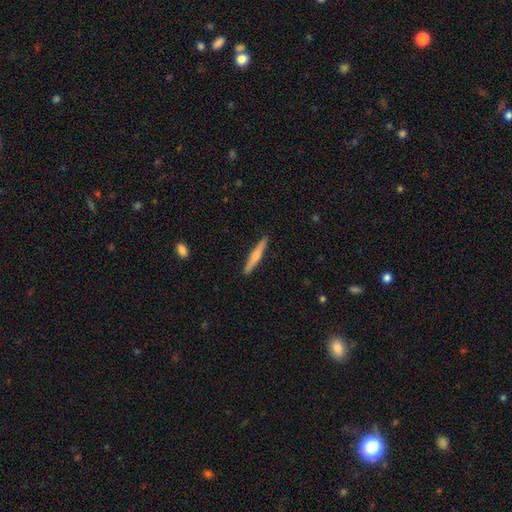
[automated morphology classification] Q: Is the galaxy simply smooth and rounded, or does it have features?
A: featured or disk — 48%.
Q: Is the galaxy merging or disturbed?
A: none — 91%.